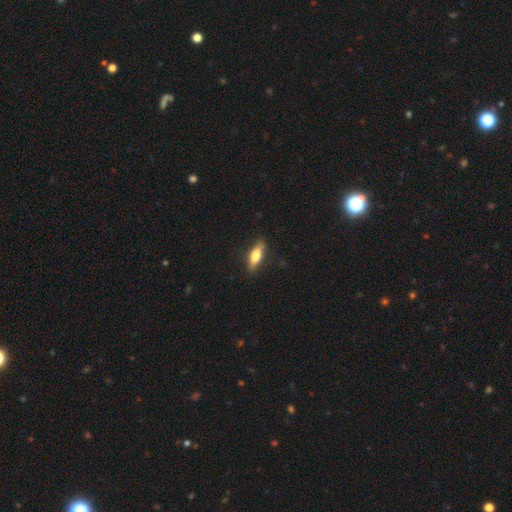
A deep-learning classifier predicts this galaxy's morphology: This appears to be a smooth galaxy with no disk features (66%) that is in between round and cigar-shaped (55%). Merging: none (83%).